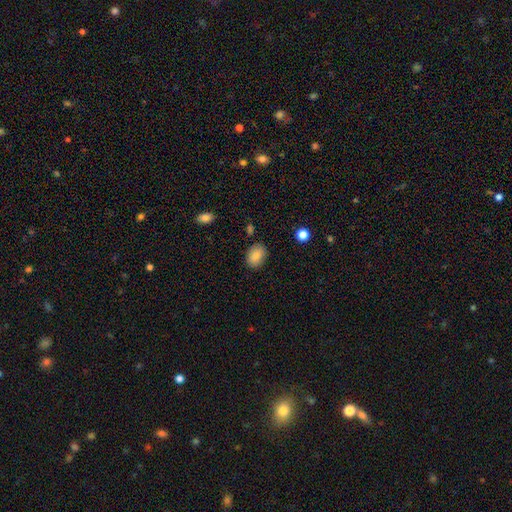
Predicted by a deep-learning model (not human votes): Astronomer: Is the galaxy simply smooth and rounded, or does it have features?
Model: smooth — 82%.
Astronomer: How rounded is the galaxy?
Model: in between — 71%.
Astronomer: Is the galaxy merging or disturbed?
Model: none — 84%.